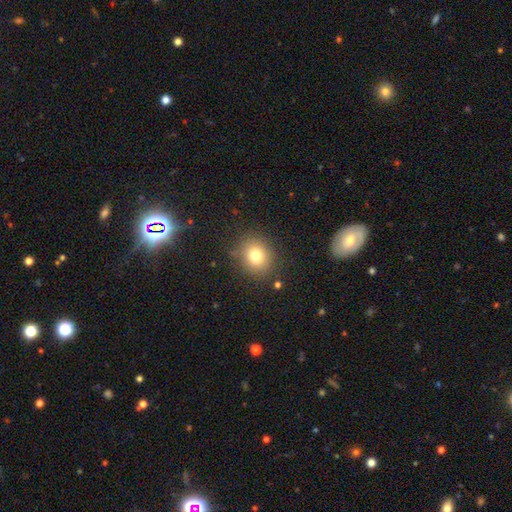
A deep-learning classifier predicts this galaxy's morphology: smooth 77%, star or artifact 13%, featured or disk 10%. Down the decision tree: how rounded — round (77%); merging — none (84%).